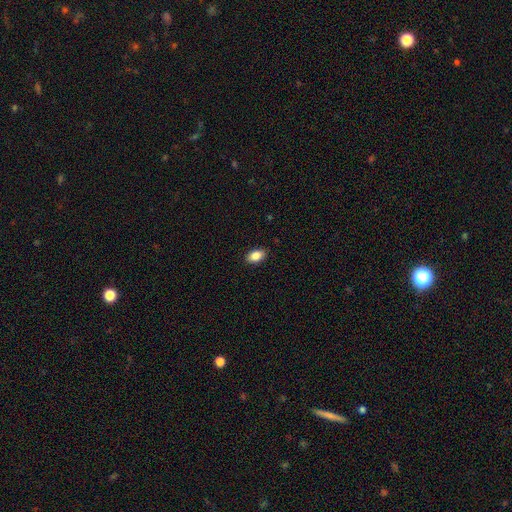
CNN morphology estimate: Overall: smooth (87%). How rounded: in between (92%). Merging: none (89%).